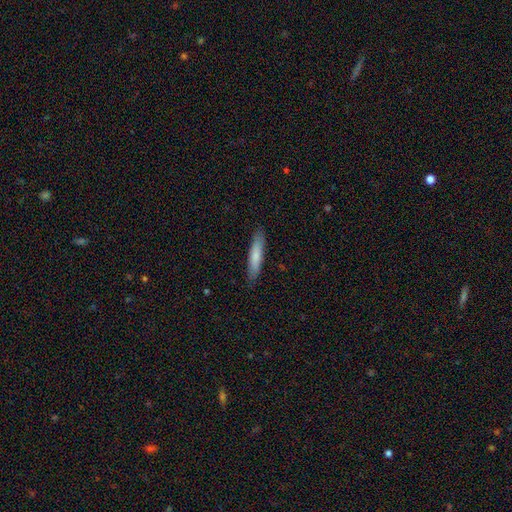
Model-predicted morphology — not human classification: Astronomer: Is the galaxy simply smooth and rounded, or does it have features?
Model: smooth — 75%.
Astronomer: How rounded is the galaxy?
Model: cigar-shaped — 87%.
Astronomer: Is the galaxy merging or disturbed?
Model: none — 86%.